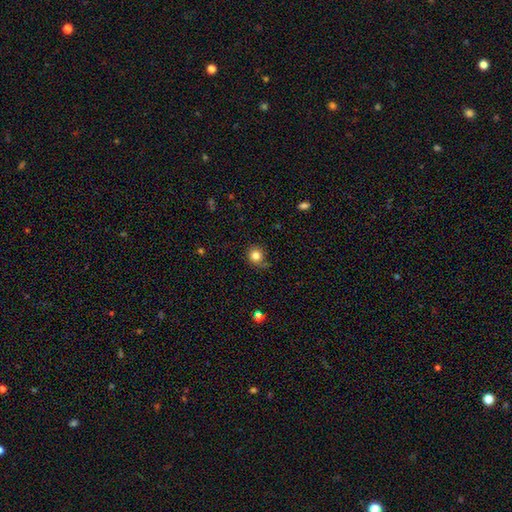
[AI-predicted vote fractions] Overall: smooth (81%). How rounded: round (90%). Merging: none (76%).